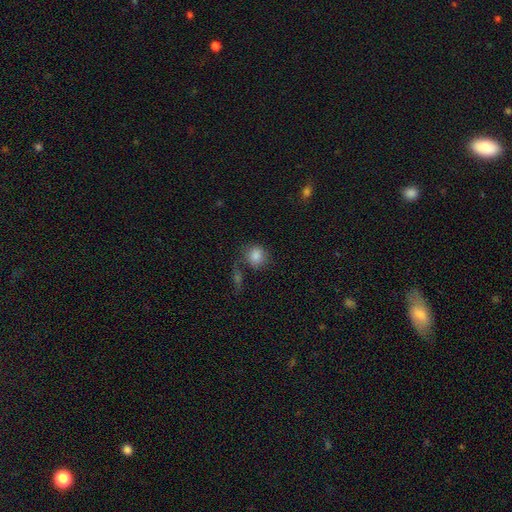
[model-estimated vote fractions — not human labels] smooth_or_featured: smooth (p=0.83) [alt: star or artifact p=0.10]
how_rounded: round (p=0.76) [alt: in between p=0.22]
merging: none (p=0.58) [alt: minor disturbance p=0.18]